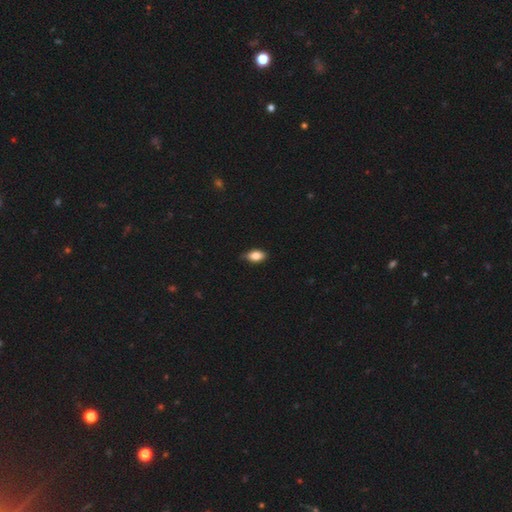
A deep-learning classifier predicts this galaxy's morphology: This appears to be a smooth galaxy with no disk features (82%) that is in between round and cigar-shaped (88%). Merging: none (74%).